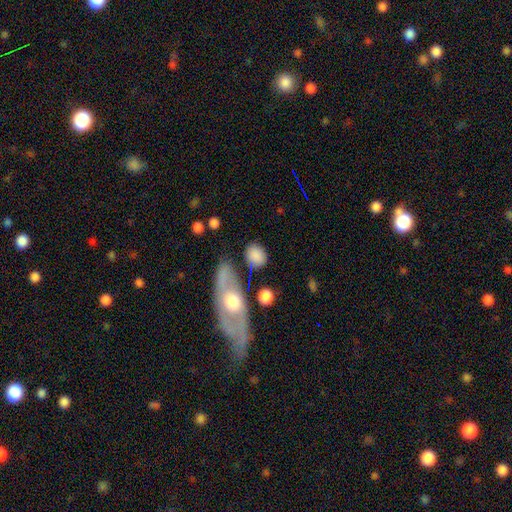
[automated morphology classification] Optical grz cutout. It shows a smooth galaxy with no disk features (83%) that is in between round and cigar-shaped (55%). Merging: none (69%).